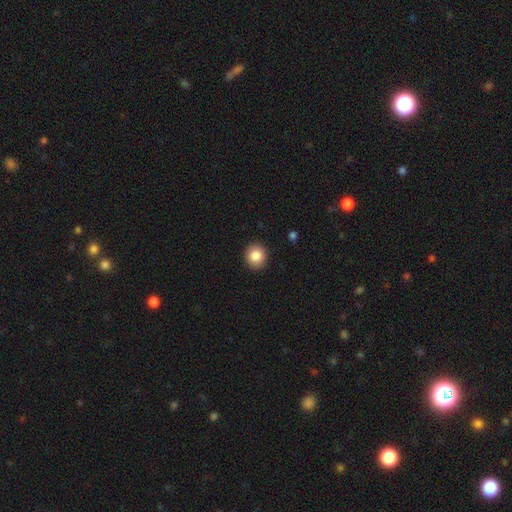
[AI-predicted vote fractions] Smooth or featured: smooth — 85% (star or artifact — 9%)
How rounded: round — 80% (in between — 19%)
Merging: none — 91% (minor disturbance — 6%)